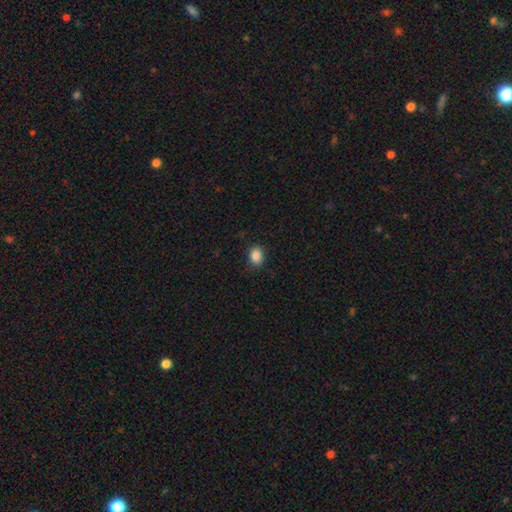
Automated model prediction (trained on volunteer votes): A smooth galaxy with no disk features (87%) that is in between round and cigar-shaped (67%). Merging: none (85%).